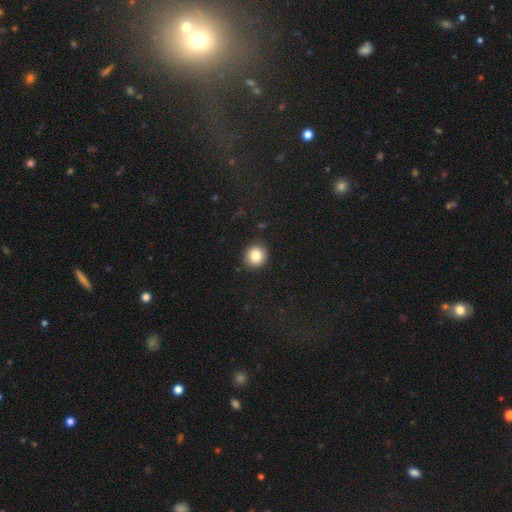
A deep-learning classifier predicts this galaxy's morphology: type=smooth (84%); roundness=round (86%); merging=none (89%).